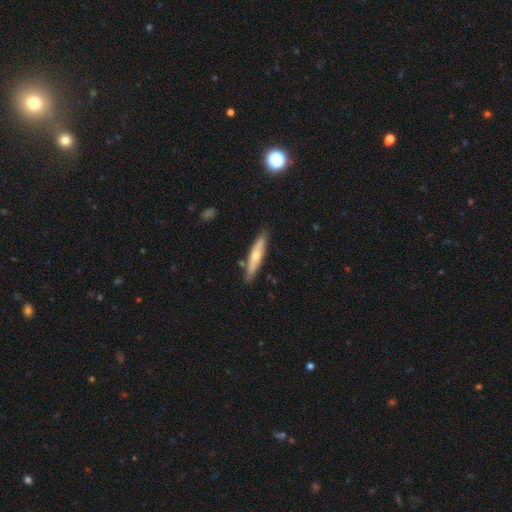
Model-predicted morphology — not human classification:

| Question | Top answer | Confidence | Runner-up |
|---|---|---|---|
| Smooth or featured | featured or disk | 51% | smooth (44%) |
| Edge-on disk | yes | 81% | no (19%) |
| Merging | none | 83% | minor disturbance (13%) |